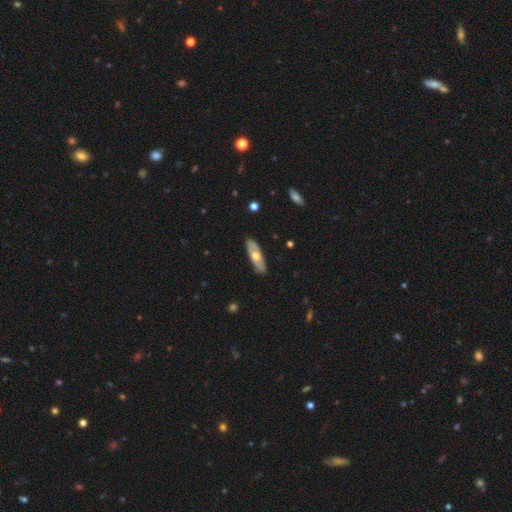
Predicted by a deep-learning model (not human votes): The model was most divided on "smooth or featured": featured or disk: 53%, smooth: 42%, star or artifact: 5%. More confident: merging — none (86%); edge-on disk — no (64%).